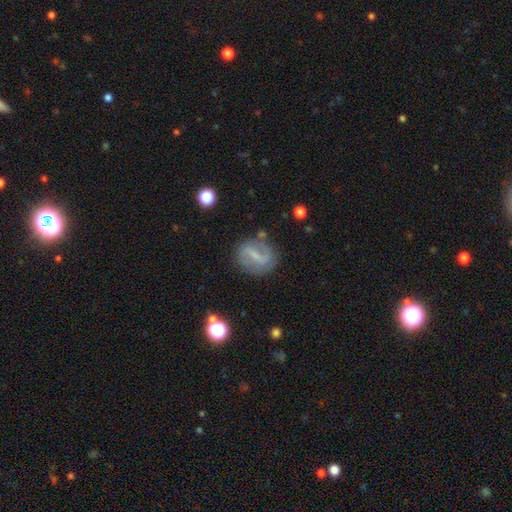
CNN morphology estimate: Smooth or featured?
  - featured or disk: 67% *
  - smooth: 24%
  - star or artifact: 9%
Edge-on disk?
  - no: 95% *
  - yes: 5%
Bar?
  - strong: 51% *
  - weak: 37%
  - no: 12%
Spiral arms?
  - yes: 76% *
  - no: 24%
Bulge size?
  - small: 46% *
  - none: 38%
  - moderate: 14%
  - large: 2%
  - dominant: 1%
Merging?
  - none: 76% *
  - minor disturbance: 15%
  - major disturbance: 6%
  - merger: 3%